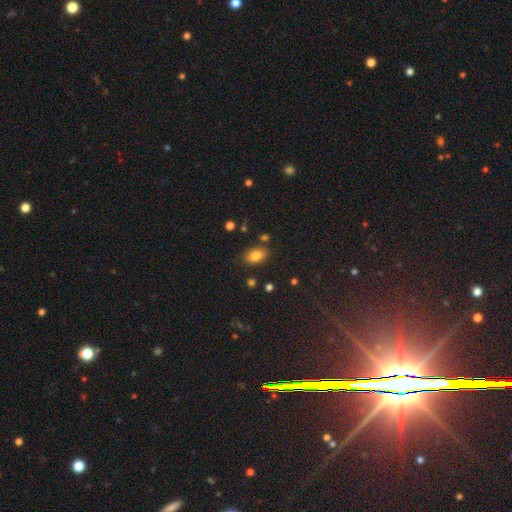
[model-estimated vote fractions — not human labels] Smooth or featured? smooth (83%)
How rounded? in between (88%)
Merging? none (79%)